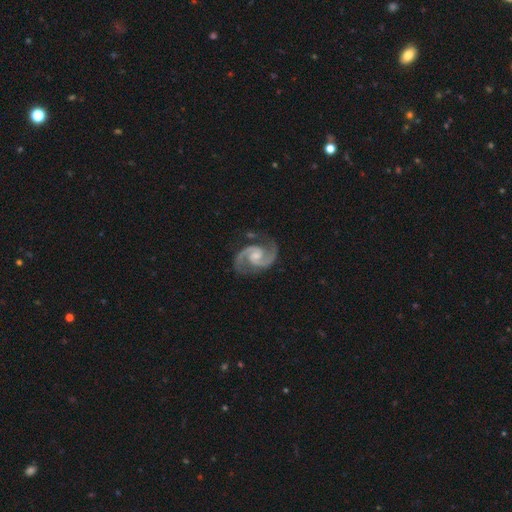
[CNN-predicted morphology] Smooth or featured: featured or disk — 94% (star or artifact — 4%)
Edge-on disk: no — 98% (yes — 2%)
Bar: no — 46% (weak — 44%)
Spiral arms: yes — 99% (no — 1%)
Spiral winding: medium — 67% (tight — 22%)
Spiral arm count: 2 — 94% (3 — 1%)
Bulge size: moderate — 44% (small — 41%)
Merging: none — 80% (minor disturbance — 14%)